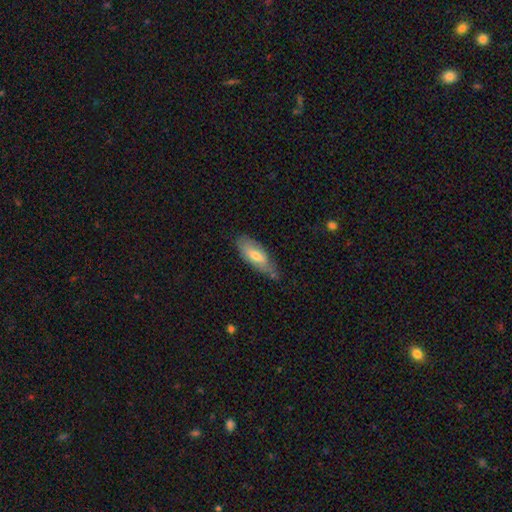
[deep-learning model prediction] Smooth or featured: smooth — 66% (featured or disk — 28%)
How rounded: in between — 77% (cigar-shaped — 20%)
Merging: none — 58% (minor disturbance — 31%)